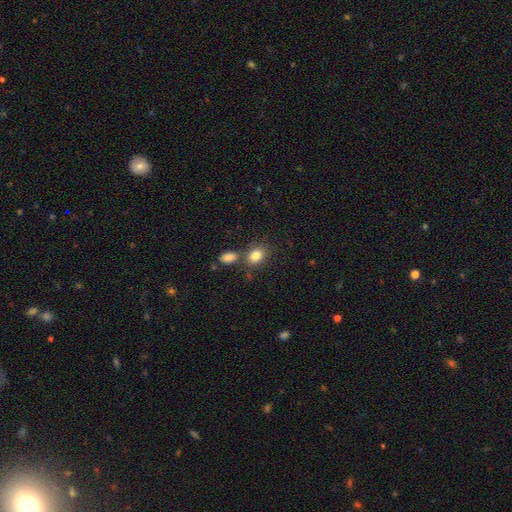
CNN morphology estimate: This is clearly a smooth galaxy (83%). How rounded: likely in between (65%). Merging: likely none (61%).